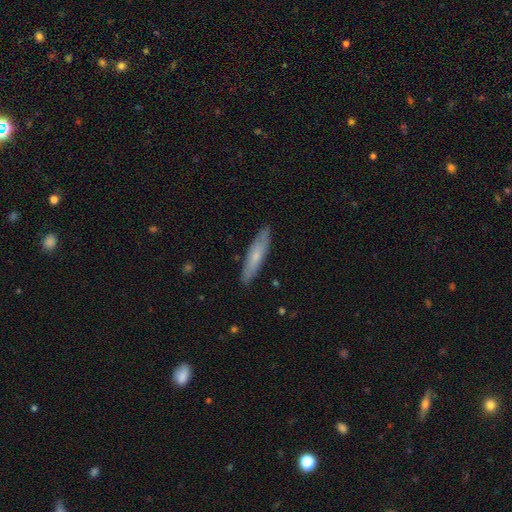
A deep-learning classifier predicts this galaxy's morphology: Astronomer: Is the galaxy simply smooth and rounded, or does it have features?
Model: smooth — 60%.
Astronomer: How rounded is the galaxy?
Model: cigar-shaped — 81%.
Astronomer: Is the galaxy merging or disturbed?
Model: none — 86%.